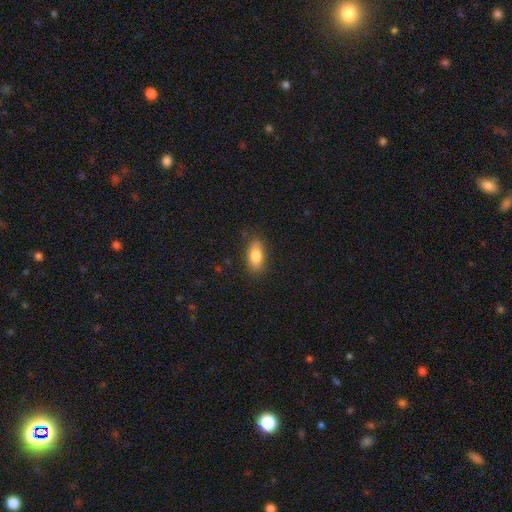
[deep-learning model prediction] A smooth galaxy with no disk features (79%) that is in between round and cigar-shaped (85%).

Vote fractions:
- Smooth or featured? smooth: 79% / featured or disk: 13% / star or artifact: 7%
- How rounded? in between: 85% / cigar-shaped: 10% / round: 5%
- Merging? none: 83% / minor disturbance: 13% / major disturbance: 3% / merger: 1%